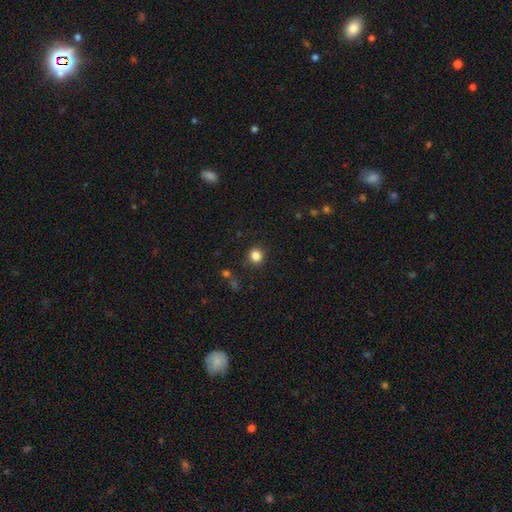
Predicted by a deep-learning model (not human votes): A smooth galaxy with no disk features (83%) that is round (88%).

Vote fractions:
- Smooth or featured? smooth: 83% / star or artifact: 12% / featured or disk: 5%
- How rounded? round: 88% / in between: 11% / cigar-shaped: 1%
- Merging? none: 89% / minor disturbance: 7% / major disturbance: 3% / merger: 2%